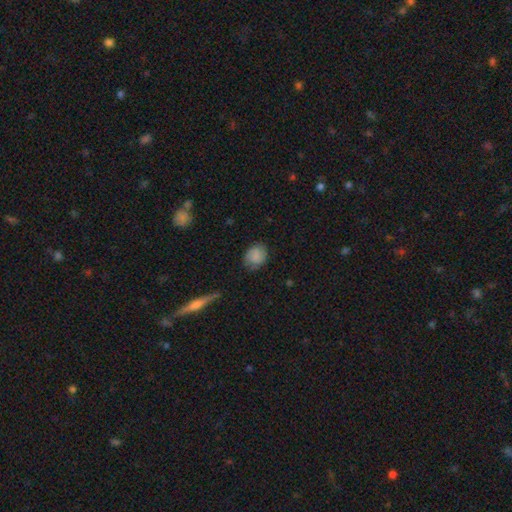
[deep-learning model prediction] This is likely a smooth galaxy (76%). How rounded: possibly round (55%). Merging: likely none (70%).